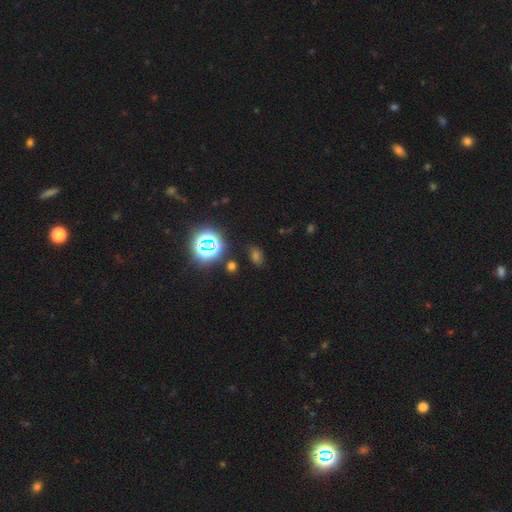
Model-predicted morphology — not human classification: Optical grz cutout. It shows a star or artifact, not a galaxy (50%).